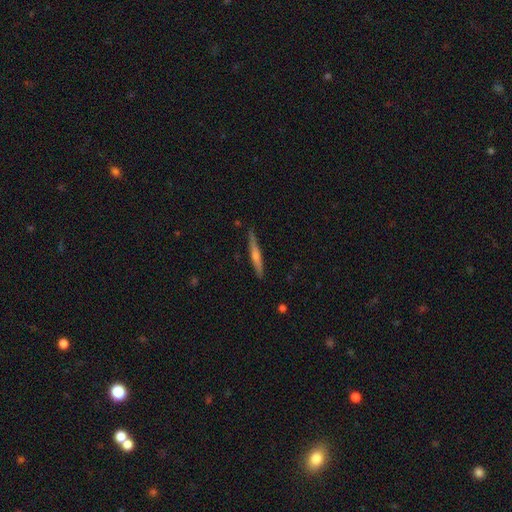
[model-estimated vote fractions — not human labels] Smooth or featured?
  - featured or disk: 65% *
  - smooth: 28%
  - star or artifact: 7%
Edge-on disk?
  - yes: 98% *
  - no: 2%
Edge-on bulge?
  - rounded: 67% *
  - none: 24%
  - boxy: 9%
Merging?
  - none: 89% *
  - minor disturbance: 8%
  - major disturbance: 1%
  - merger: 1%